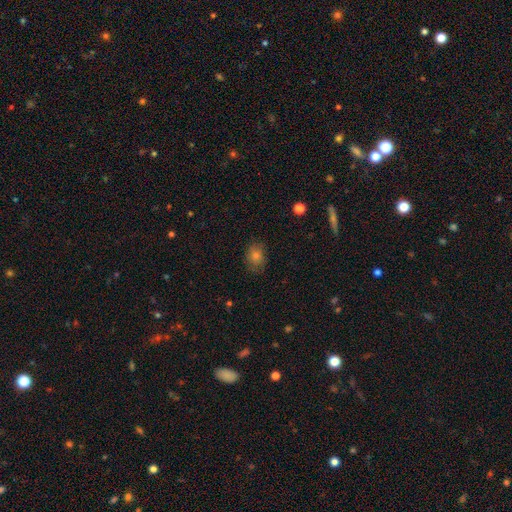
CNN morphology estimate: Smooth or featured? Predicted: smooth (p=0.68). How rounded? Predicted: round (p=0.51). Merging? Predicted: none (p=0.80).